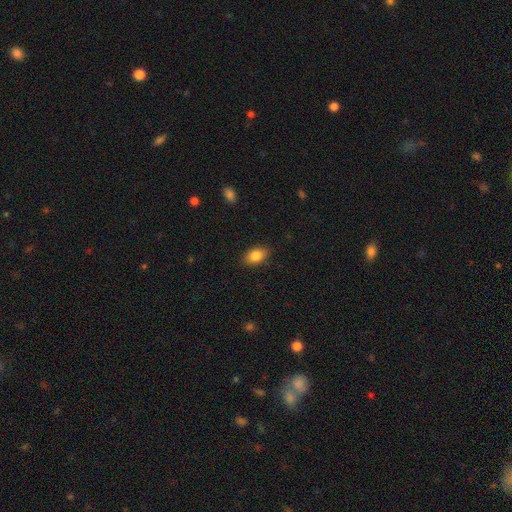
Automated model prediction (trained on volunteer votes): smooth_or_featured: smooth (p=0.85) [alt: star or artifact p=0.08]
how_rounded: in between (p=0.88) [alt: round p=0.10]
merging: none (p=0.87) [alt: minor disturbance p=0.10]